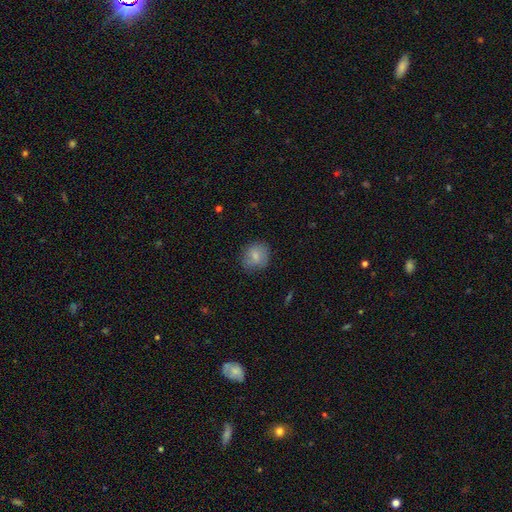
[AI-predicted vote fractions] Q: Smooth or featured?
A: smooth (79%); runner-up: featured or disk (13%)
Q: How rounded?
A: round (73%); runner-up: in between (26%)
Q: Merging?
A: none (75%); runner-up: minor disturbance (18%)